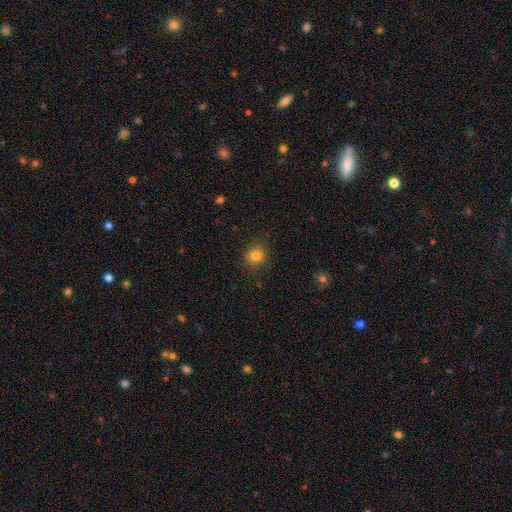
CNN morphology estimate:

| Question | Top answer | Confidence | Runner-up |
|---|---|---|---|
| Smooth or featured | smooth | 83% | star or artifact (12%) |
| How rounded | round | 83% | in between (16%) |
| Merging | none | 85% | minor disturbance (10%) |